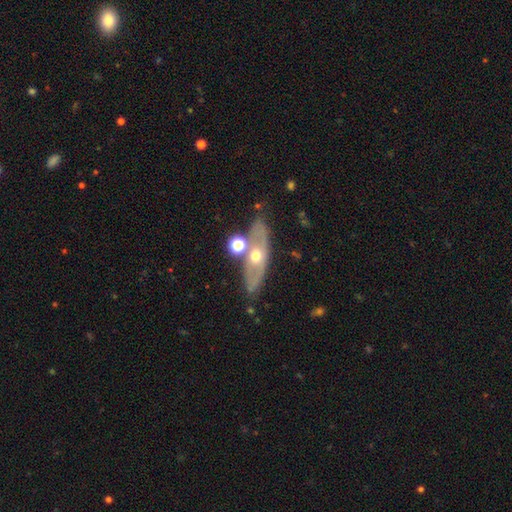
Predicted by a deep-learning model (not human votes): Overall: featured or disk (59%; smooth 32%). Edge-on disk: no (61%; yes 39%). Merging: none (71%).